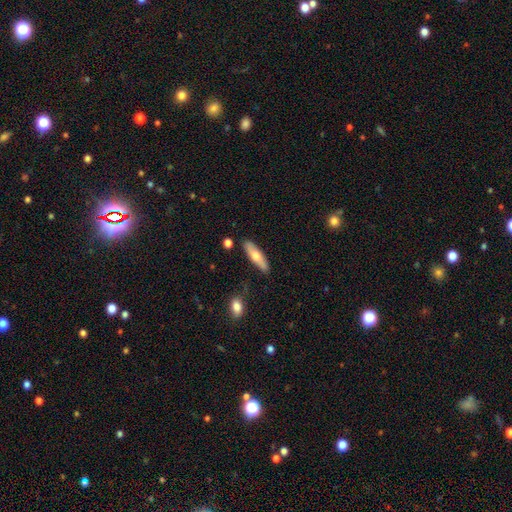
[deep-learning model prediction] Morphology: type=smooth (61%); roundness=cigar-shaped (59%); merging=none (84%).